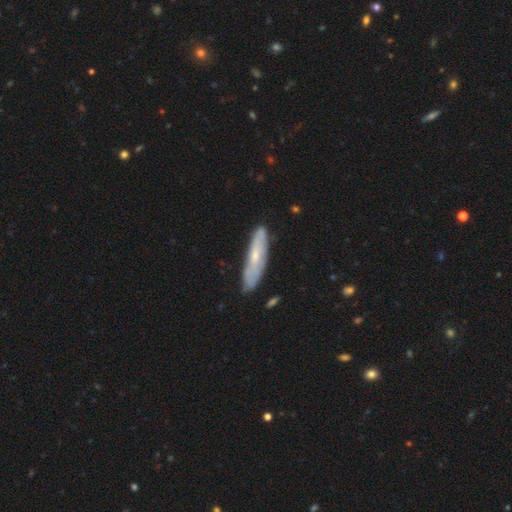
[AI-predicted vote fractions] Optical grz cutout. It shows a smooth galaxy with no disk features (48%). Merging: none (81%).